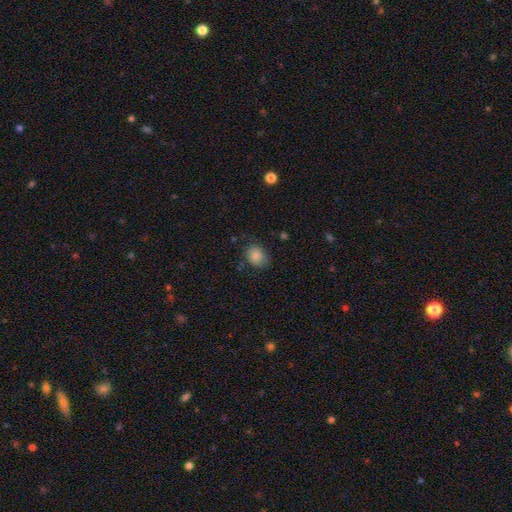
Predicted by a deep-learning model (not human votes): smooth_or_featured: smooth (p=0.84) [alt: star or artifact p=0.09]
how_rounded: in between (p=0.55) [alt: round p=0.45]
merging: none (p=0.74) [alt: minor disturbance p=0.19]